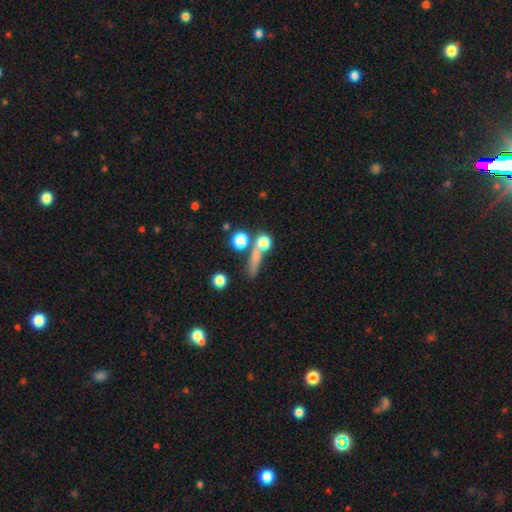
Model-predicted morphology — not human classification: Smooth or featured?
  - smooth: 63% *
  - featured or disk: 19%
  - star or artifact: 18%
How rounded?
  - cigar-shaped: 41% *
  - round: 40%
  - in between: 19%
Merging?
  - none: 55% *
  - merger: 22%
  - minor disturbance: 13%
  - major disturbance: 10%